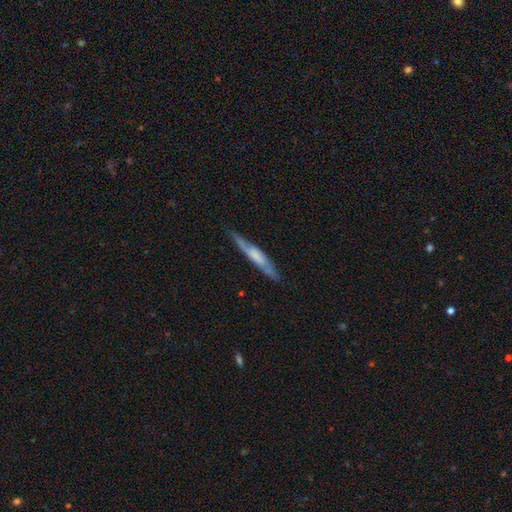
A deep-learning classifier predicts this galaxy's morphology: Smooth or featured?
  - featured or disk: 56% *
  - smooth: 38%
  - star or artifact: 6%
Edge-on disk?
  - yes: 83% *
  - no: 17%
Merging?
  - none: 77% *
  - minor disturbance: 17%
  - major disturbance: 4%
  - merger: 2%